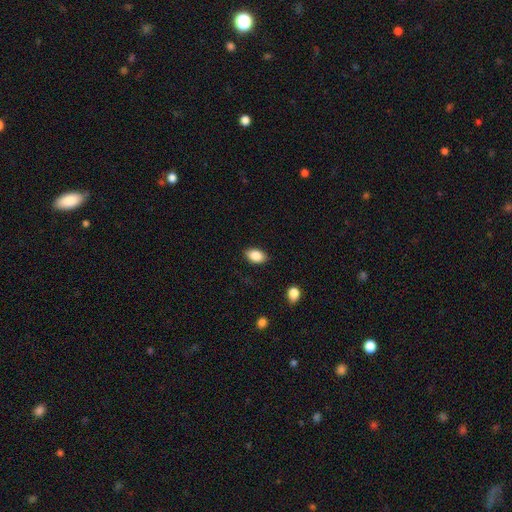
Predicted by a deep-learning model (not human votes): smooth-or-featured: smooth: 87% | star or artifact: 8% | featured or disk: 5%
  how-rounded: in between: 89% | round: 9% | cigar-shaped: 2%
  merging: none: 86% | minor disturbance: 10% | major disturbance: 3% | merger: 1%